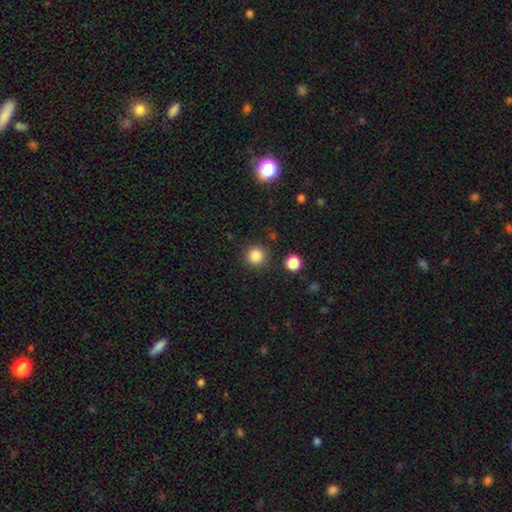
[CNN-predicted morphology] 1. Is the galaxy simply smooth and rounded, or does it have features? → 85% smooth, 11% star or artifact, 4% featured or disk.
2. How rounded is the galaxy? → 94% round, 5% in between, 1% cigar-shaped.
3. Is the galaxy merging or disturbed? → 88% none, 7% minor disturbance, 3% major disturbance, 3% merger.